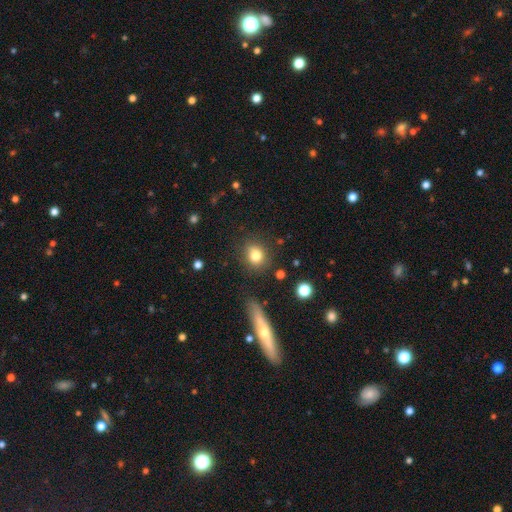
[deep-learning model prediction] This appears to be a smooth galaxy with no disk features (81%) that is round (75%). Merging: none (81%).